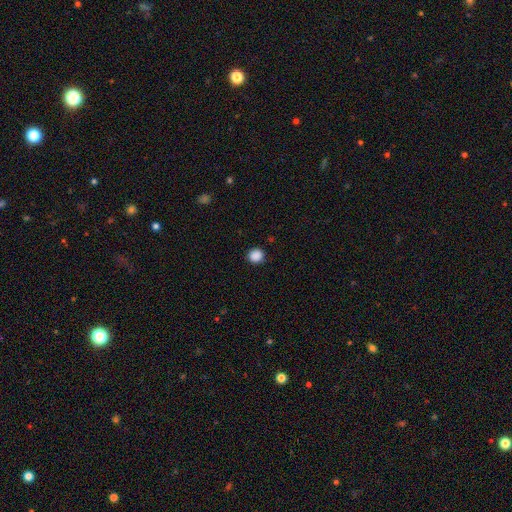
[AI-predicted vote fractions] The model was most divided on "smooth or featured": smooth: 88%, star or artifact: 9%, featured or disk: 2%. More confident: how rounded — round (92%); merging — none (91%).